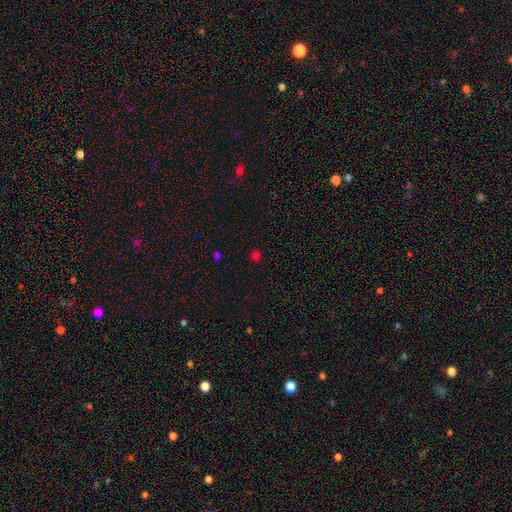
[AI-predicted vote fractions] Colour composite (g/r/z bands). It shows a smooth galaxy with no disk features (67%) that is round (82%). Merging: none (87%).